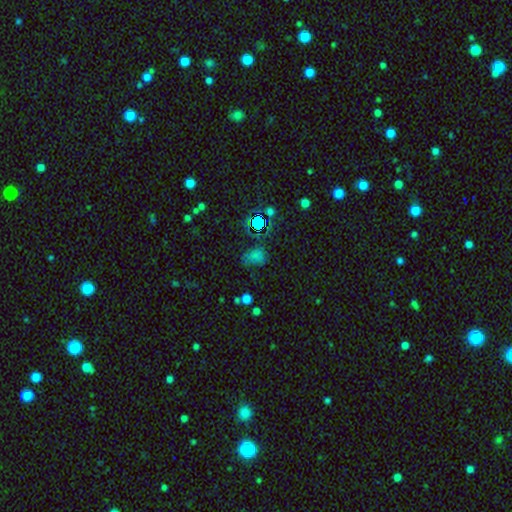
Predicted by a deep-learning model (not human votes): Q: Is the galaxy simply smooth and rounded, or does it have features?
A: smooth — 55%.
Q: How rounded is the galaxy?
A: in between — 66%.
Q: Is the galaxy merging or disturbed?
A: none — 56%.